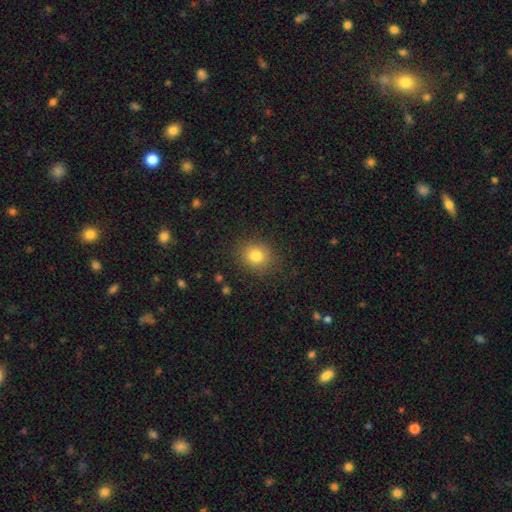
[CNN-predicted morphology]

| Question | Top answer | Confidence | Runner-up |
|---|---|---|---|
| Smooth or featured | smooth | 81% | star or artifact (11%) |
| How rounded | round | 78% | in between (22%) |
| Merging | none | 85% | minor disturbance (10%) |